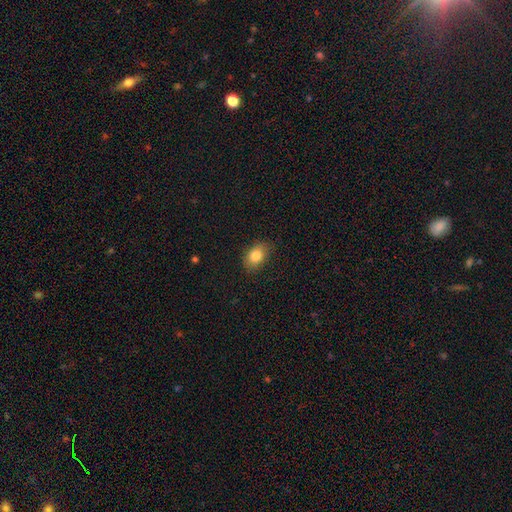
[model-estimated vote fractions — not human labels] smooth_or_featured: smooth (p=0.83) [alt: star or artifact p=0.09]
how_rounded: in between (p=0.76) [alt: round p=0.23]
merging: none (p=0.82) [alt: minor disturbance p=0.14]